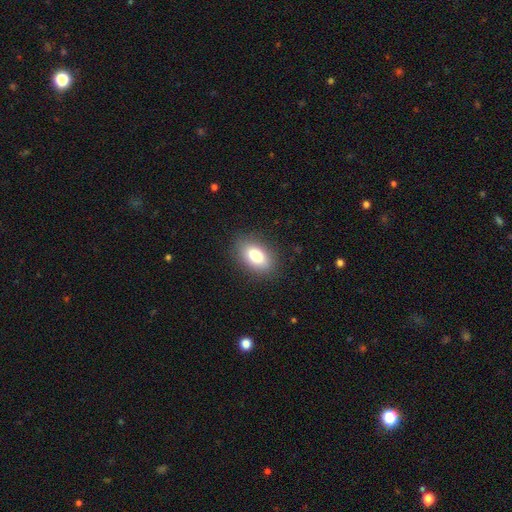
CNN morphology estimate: Overall: smooth (84%). How rounded: in between (89%). Merging: none (86%).